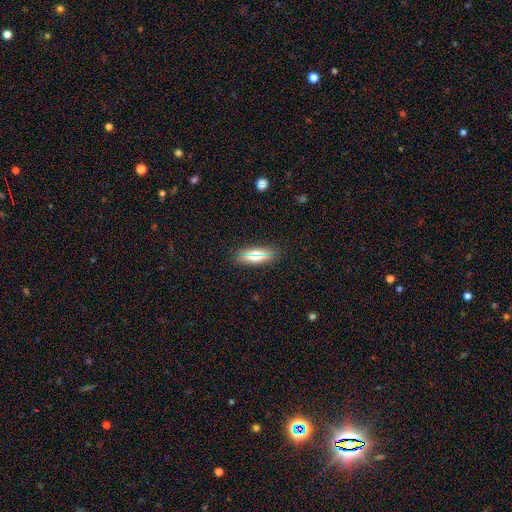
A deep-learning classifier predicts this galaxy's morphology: smooth-or-featured: smooth: 61% | featured or disk: 26% | star or artifact: 13%
  how-rounded: in between: 66% | cigar-shaped: 29% | round: 5%
  merging: none: 87% | minor disturbance: 10% | major disturbance: 3% | merger: 1%